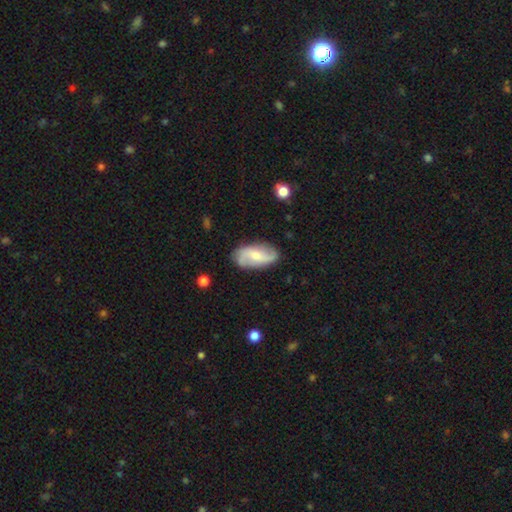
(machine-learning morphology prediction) Smooth or featured? Predicted: featured or disk (p=0.64). Edge-on disk? Predicted: no (p=0.94). Bar? Predicted: no (p=0.43, tied with weak). Spiral arms? Predicted: yes (p=0.90). Spiral winding? Predicted: loose (p=0.63). Spiral arm count? Predicted: 2 (p=0.87). Bulge size? Predicted: small (p=0.47). Merging? Predicted: none (p=0.79).